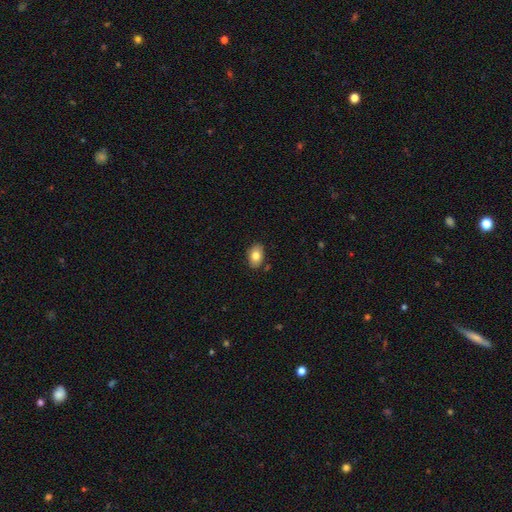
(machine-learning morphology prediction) This is clearly a smooth galaxy (80%). How rounded: clearly in between (87%). Merging: clearly none (85%).